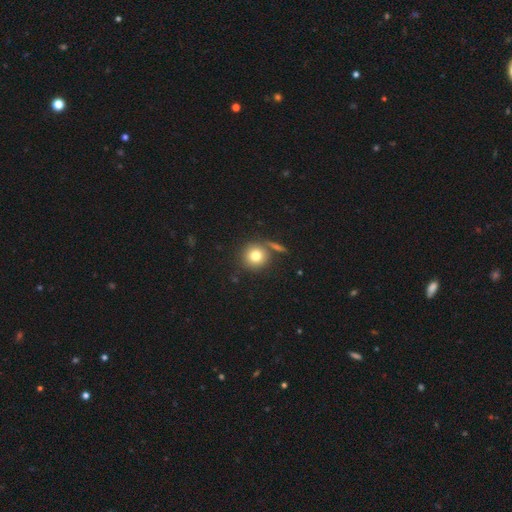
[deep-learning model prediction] smooth-or-featured: smooth: 78% | featured or disk: 11% | star or artifact: 11%
  how-rounded: round: 93% | in between: 6% | cigar-shaped: 1%
  merging: none: 74% | merger: 13% | minor disturbance: 9% | major disturbance: 4%